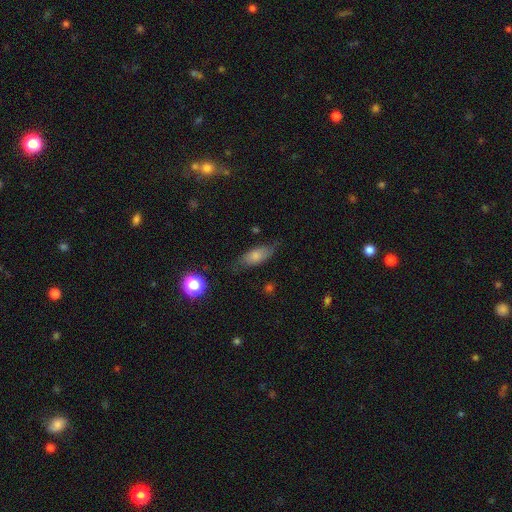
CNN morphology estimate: Smooth or featured? Predicted: smooth (p=0.70). How rounded? Predicted: in between (p=0.78). Merging? Predicted: none (p=0.64).